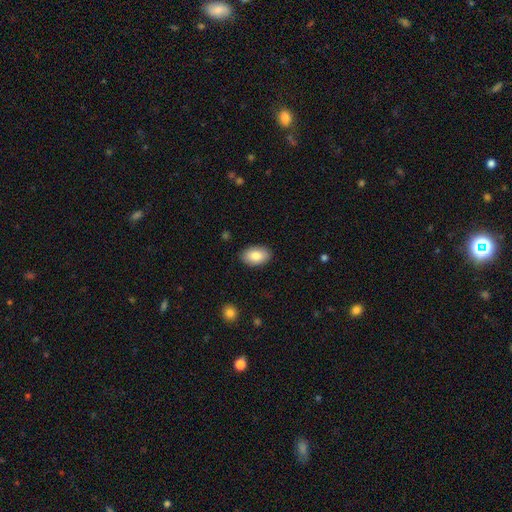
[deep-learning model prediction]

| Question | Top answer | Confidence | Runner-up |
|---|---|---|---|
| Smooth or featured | smooth | 83% | featured or disk (10%) |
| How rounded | in between | 91% | round (7%) |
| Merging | none | 88% | minor disturbance (9%) |